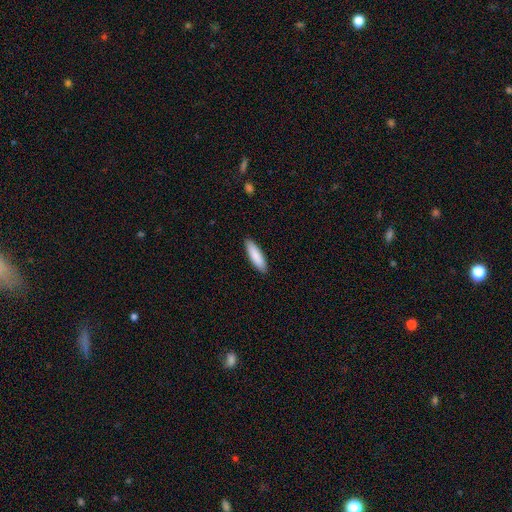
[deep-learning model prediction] Morphology: type=smooth (88%); roundness=cigar-shaped (60%); merging=none (90%).